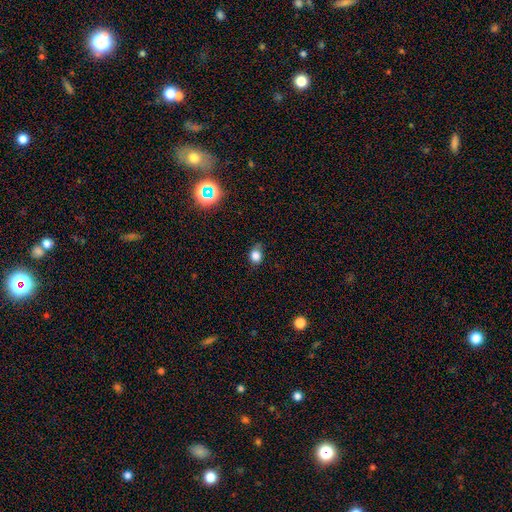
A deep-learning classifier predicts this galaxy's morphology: A smooth galaxy with no disk features (81%) that is round (58%). Merging: none (68%).